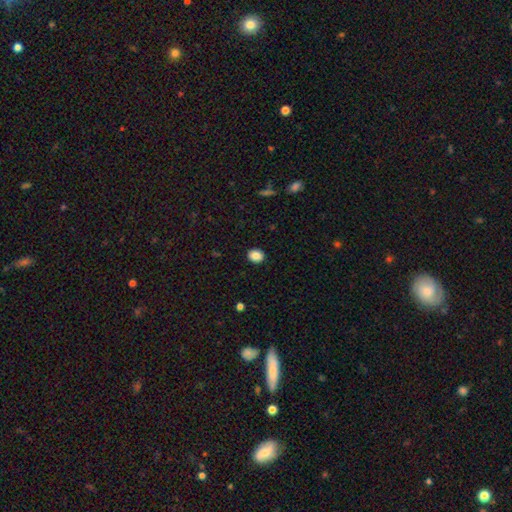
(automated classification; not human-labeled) This appears to be a smooth galaxy with no disk features (86%) that is round (64%). Merging: none (91%).